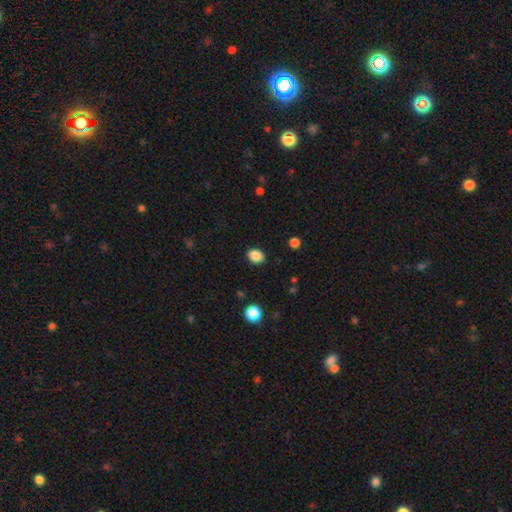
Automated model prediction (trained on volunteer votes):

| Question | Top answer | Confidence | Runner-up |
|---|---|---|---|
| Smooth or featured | smooth | 87% | star or artifact (10%) |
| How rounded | in between | 52% | round (47%) |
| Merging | none | 89% | minor disturbance (8%) |